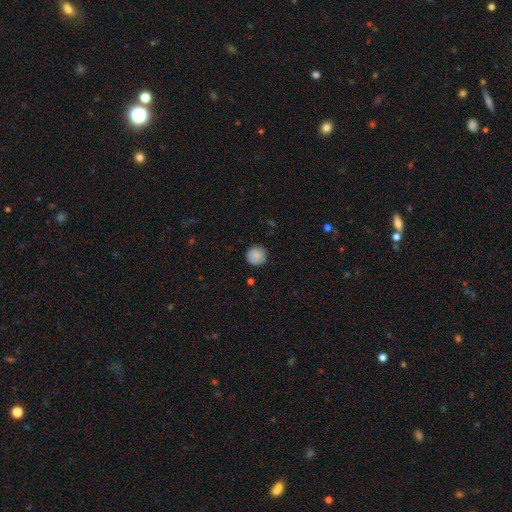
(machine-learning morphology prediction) The model was most divided on "merging": none: 84%, minor disturbance: 12%, major disturbance: 3%, merger: 1%. More confident: how rounded — round (93%); smooth or featured — smooth (86%).